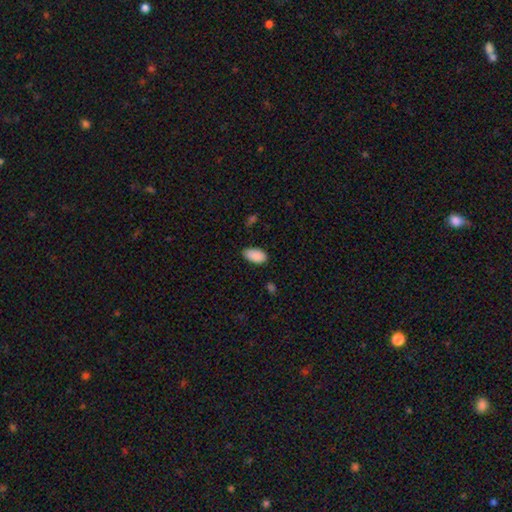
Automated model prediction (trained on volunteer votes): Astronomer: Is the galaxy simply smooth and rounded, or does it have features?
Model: smooth — 89%.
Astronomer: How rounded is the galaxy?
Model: in between — 95%.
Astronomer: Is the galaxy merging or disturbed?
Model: none — 79%.